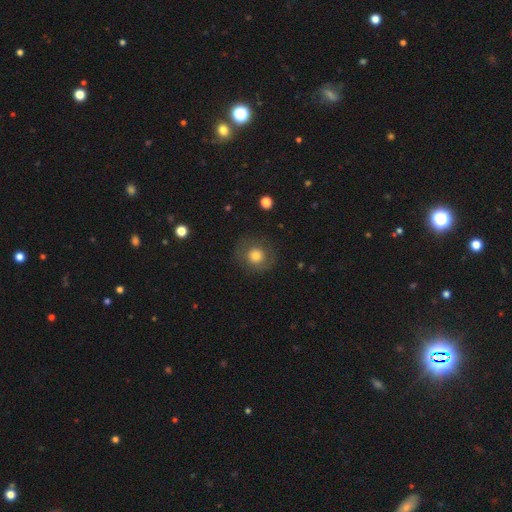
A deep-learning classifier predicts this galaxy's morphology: Overall: smooth (68%). How rounded: round (88%). Merging: none (80%).